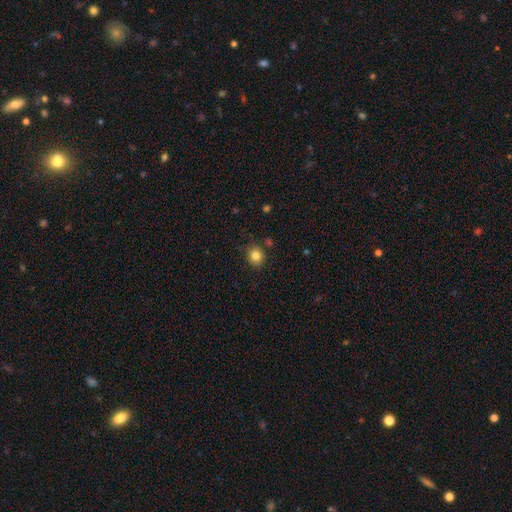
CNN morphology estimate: smooth_or_featured: smooth (p=0.83) [alt: star or artifact p=0.11]
how_rounded: round (p=0.85) [alt: in between p=0.14]
merging: none (p=0.83) [alt: minor disturbance p=0.11]